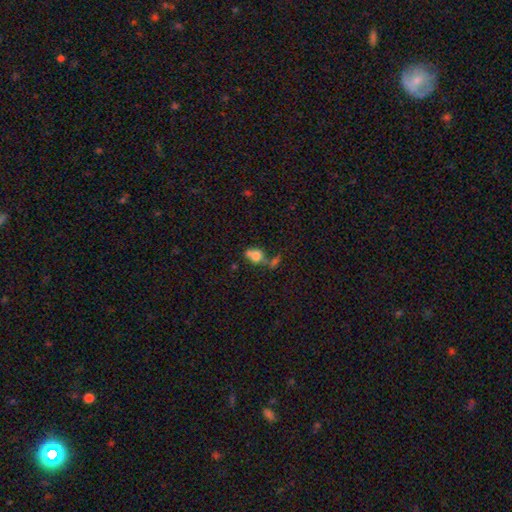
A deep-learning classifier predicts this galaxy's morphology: Smooth or featured? Predicted: smooth (p=0.68). How rounded? Predicted: in between (p=0.53). Merging? Predicted: merger (p=0.41).